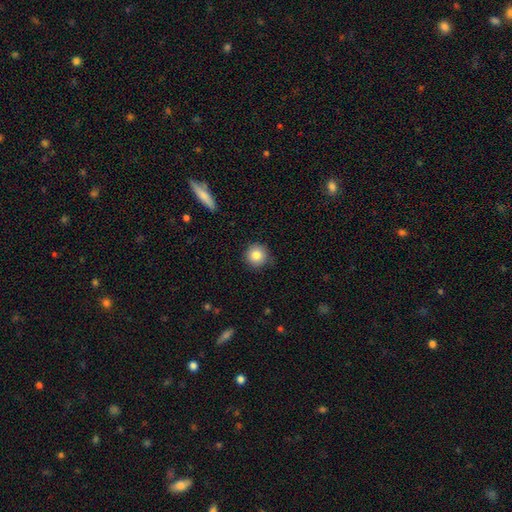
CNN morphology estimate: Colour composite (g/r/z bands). It shows a smooth galaxy with no disk features (85%) that is round (94%). Merging: none (85%).